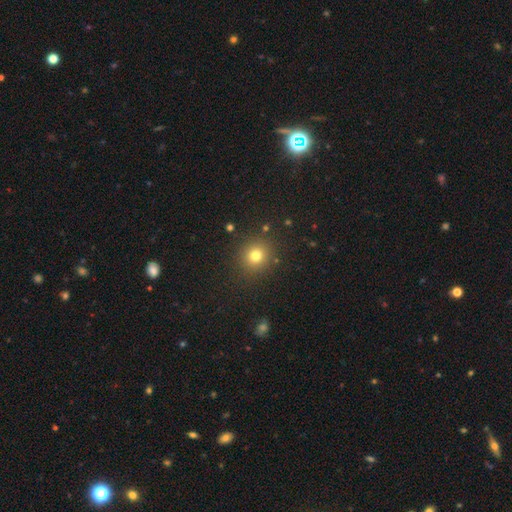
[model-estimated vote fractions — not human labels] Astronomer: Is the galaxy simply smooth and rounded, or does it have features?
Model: smooth — 77%.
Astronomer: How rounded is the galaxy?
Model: round — 87%.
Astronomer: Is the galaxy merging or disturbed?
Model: none — 88%.